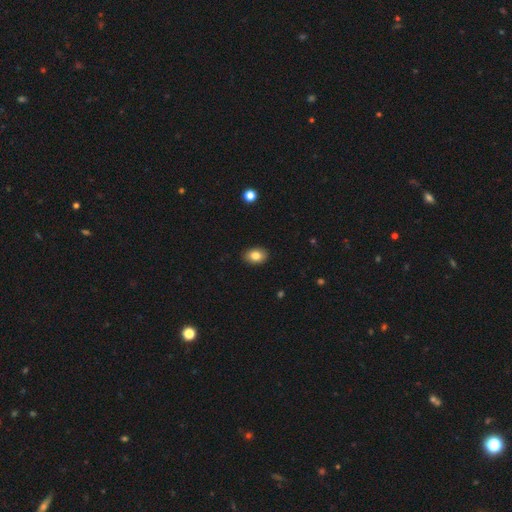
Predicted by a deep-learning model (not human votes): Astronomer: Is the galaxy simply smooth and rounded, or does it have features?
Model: smooth — 83%.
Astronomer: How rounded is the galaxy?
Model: in between — 78%.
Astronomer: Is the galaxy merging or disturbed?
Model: none — 89%.